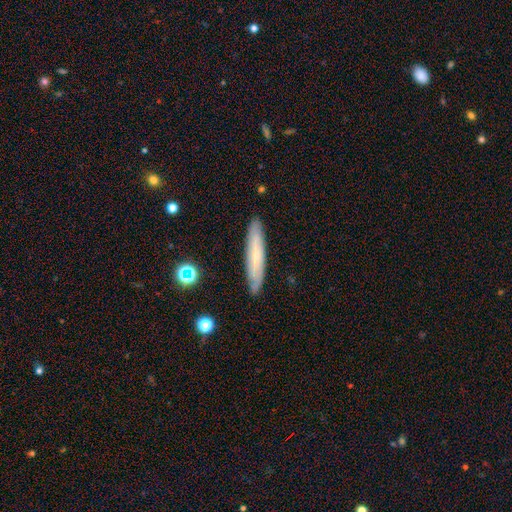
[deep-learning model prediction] Morphology: type=smooth (56%); roundness=cigar-shaped (90%); merging=none (88%).